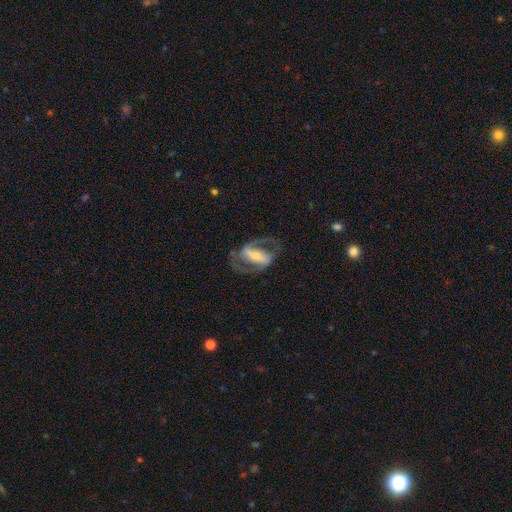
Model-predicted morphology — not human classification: Q: Smooth or featured?
A: featured or disk (85%); runner-up: smooth (10%)
Q: Edge-on disk?
A: no (93%); runner-up: yes (7%)
Q: Bar?
A: strong (69%); runner-up: weak (21%)
Q: Spiral arms?
A: yes (87%); runner-up: no (13%)
Q: Spiral winding?
A: medium (55%); runner-up: loose (24%)
Q: Spiral arm count?
A: 2 (89%); runner-up: can't tell (5%)
Q: Bulge size?
A: small (50%); runner-up: moderate (39%)
Q: Merging?
A: none (70%); runner-up: major disturbance (14%)